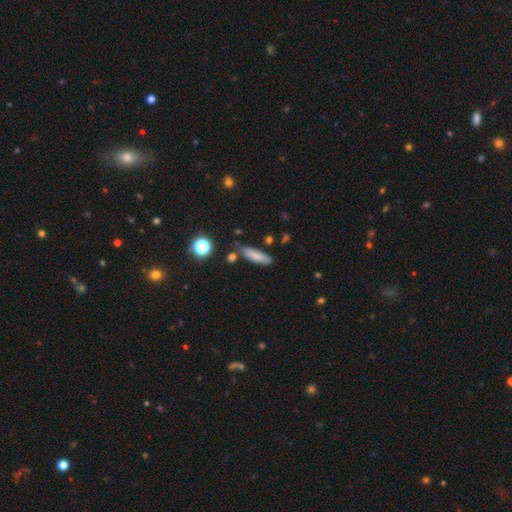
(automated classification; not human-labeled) This appears to be a smooth galaxy with no disk features (79%) that is cigar-shaped (67%). Merging: none (65%).